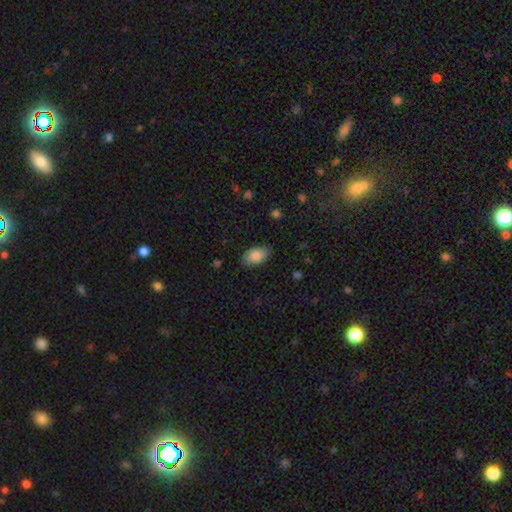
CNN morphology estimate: This is clearly a smooth galaxy (83%). How rounded: clearly in between (94%). Merging: clearly none (83%).